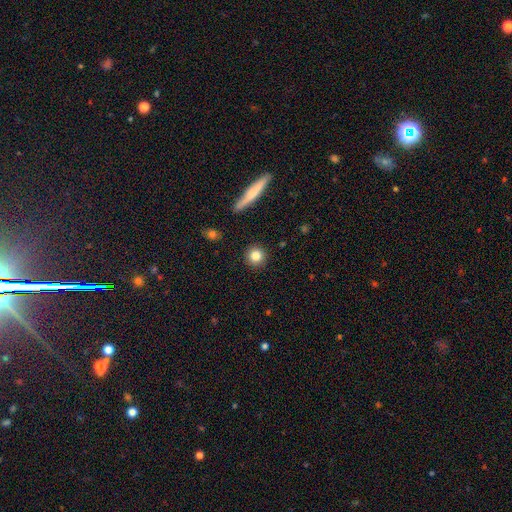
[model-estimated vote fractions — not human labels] smooth-or-featured: smooth: 82% | star or artifact: 9% | featured or disk: 9%
  how-rounded: round: 93% | in between: 6% | cigar-shaped: 2%
  merging: none: 91% | minor disturbance: 5% | major disturbance: 2% | merger: 1%